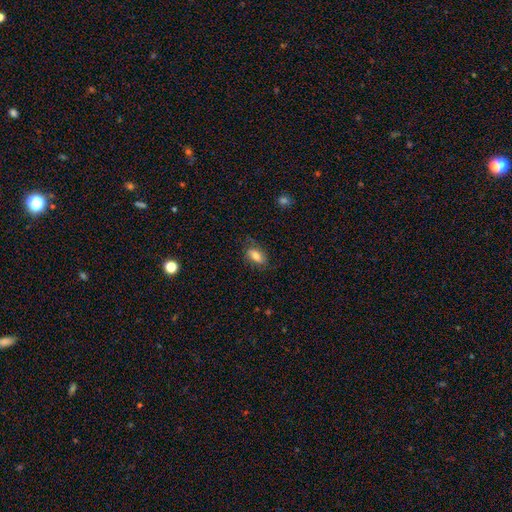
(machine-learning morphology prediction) This appears to be a smooth galaxy with no disk features (72%) that is in between round and cigar-shaped (88%). Merging: none (70%).